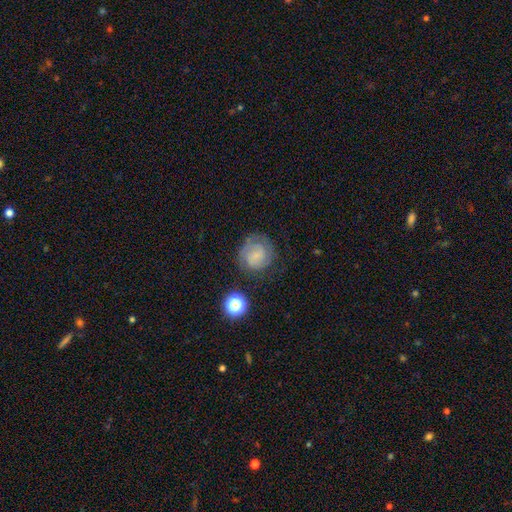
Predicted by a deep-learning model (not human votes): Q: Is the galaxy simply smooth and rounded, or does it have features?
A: featured or disk — 45%.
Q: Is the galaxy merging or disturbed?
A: none — 66%.